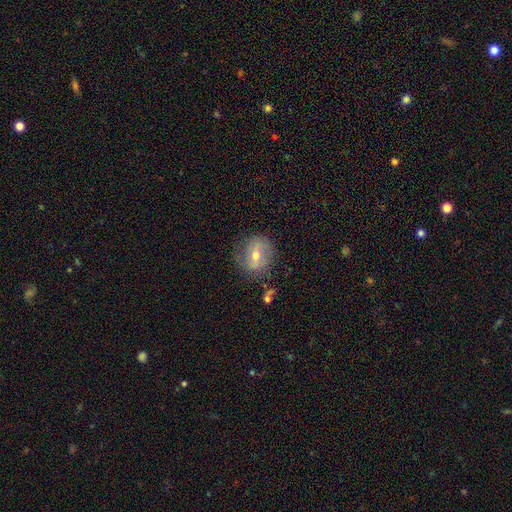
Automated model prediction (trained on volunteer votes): featured or disk 56%, smooth 35%, star or artifact 9%. Down the decision tree: edge-on disk — no (91%); bar — strong (40%, tied with weak); spiral arms — yes (51%); bulge size — moderate (64%); merging — none (76%).